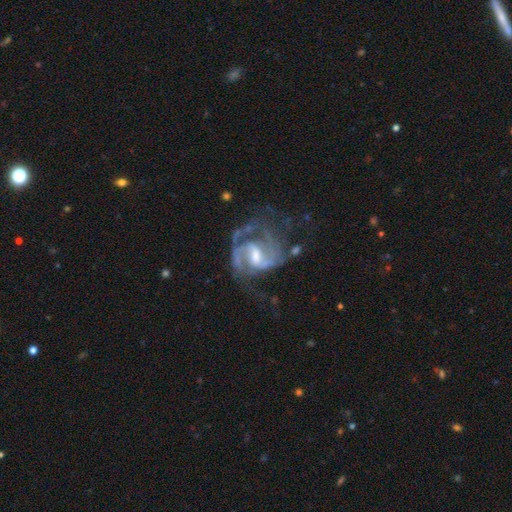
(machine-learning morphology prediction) smooth_or_featured: featured or disk (p=0.90) [alt: star or artifact p=0.05]
disk_edge_on: no (p=0.98) [alt: yes p=0.02]
bar: weak (p=0.57) [alt: strong p=0.24]
has_spiral_arms: yes (p=0.96) [alt: no p=0.04]
spiral_winding: medium (p=0.55) [alt: tight p=0.27]
spiral_arm_count: 2 (p=0.69) [alt: 3 p=0.11]
bulge_size: moderate (p=0.50) [alt: small p=0.33]
merging: none (p=0.48) [alt: major disturbance p=0.28]